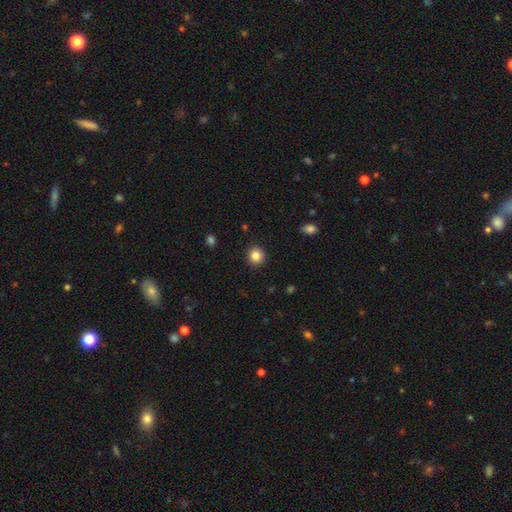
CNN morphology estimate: The model was most divided on "smooth or featured": smooth: 84%, star or artifact: 11%, featured or disk: 5%. More confident: how rounded — round (92%); merging — none (91%).